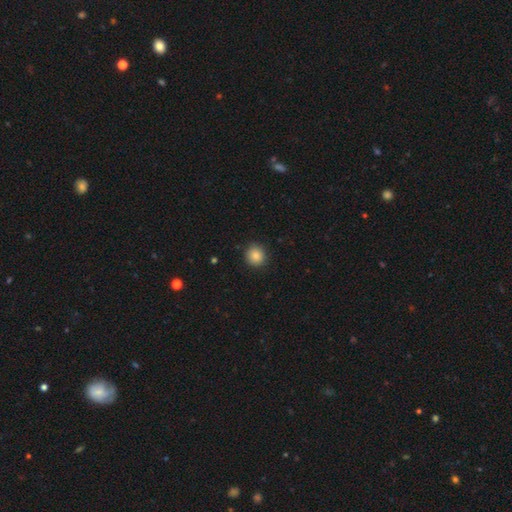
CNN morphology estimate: smooth 85%, star or artifact 10%, featured or disk 5%. Down the decision tree: how rounded — round (90%); merging — none (89%).